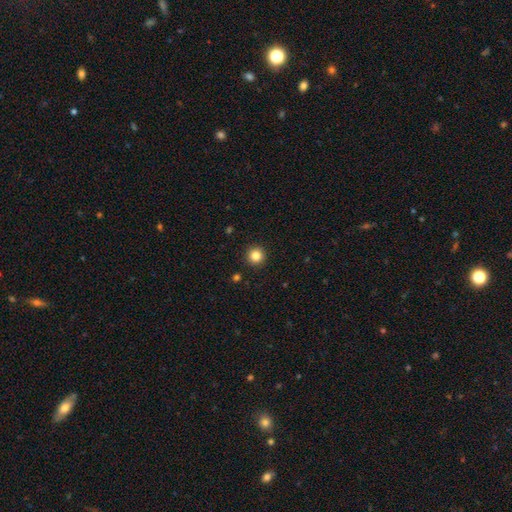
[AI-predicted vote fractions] smooth 84%, star or artifact 11%, featured or disk 5%. Down the decision tree: how rounded — round (96%); merging — none (93%).